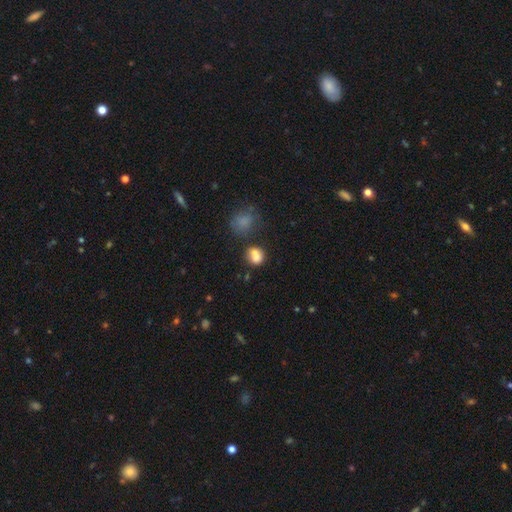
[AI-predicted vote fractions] This is likely a smooth galaxy (77%). How rounded: possibly round (59%). Merging: marginally none (43%).